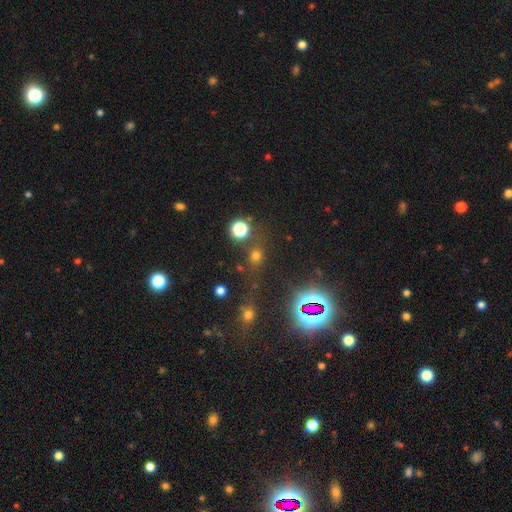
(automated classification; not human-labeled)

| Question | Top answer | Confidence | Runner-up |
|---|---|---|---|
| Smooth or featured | smooth | 61% | star or artifact (32%) |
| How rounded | round | 82% | in between (16%) |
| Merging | none | 75% | minor disturbance (10%) |